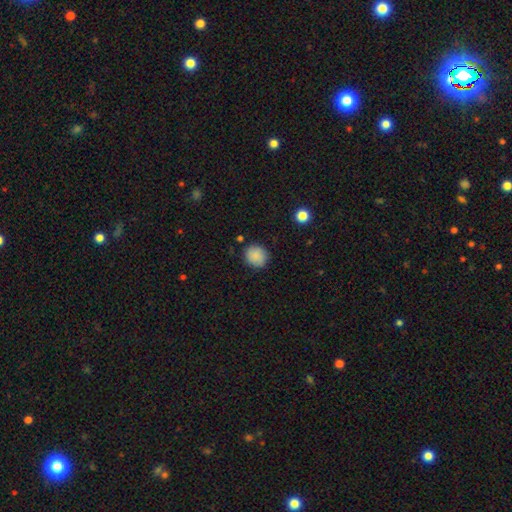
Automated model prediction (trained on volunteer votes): A smooth galaxy with no disk features (87%) that is round (86%). Merging: none (86%).